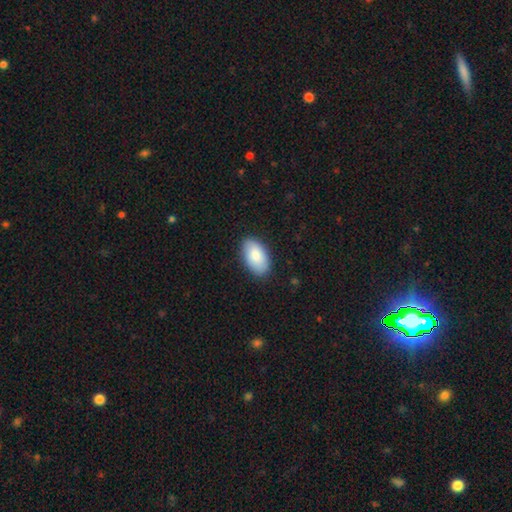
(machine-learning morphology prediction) Smooth or featured? smooth (84%)
How rounded? in between (95%)
Merging? none (87%)